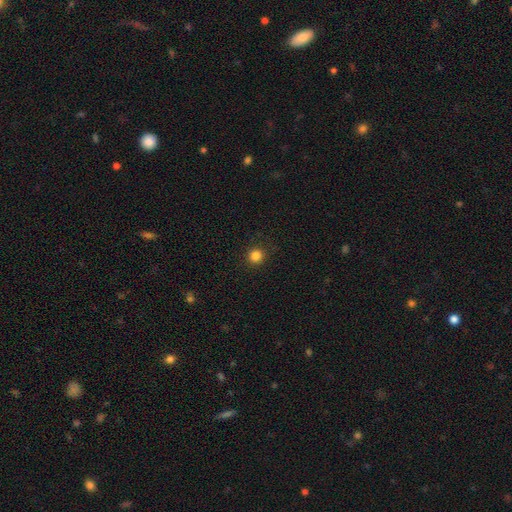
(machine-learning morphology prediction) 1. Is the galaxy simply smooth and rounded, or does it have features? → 84% smooth, 13% star or artifact, 4% featured or disk.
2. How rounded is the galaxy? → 94% round, 5% in between, 1% cigar-shaped.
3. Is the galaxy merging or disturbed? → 91% none, 6% minor disturbance, 2% major disturbance, 1% merger.